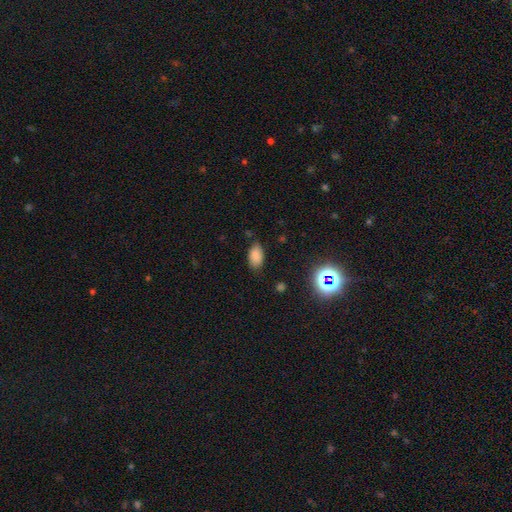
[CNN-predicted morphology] Smooth or featured? Predicted: smooth (p=0.83). How rounded? Predicted: in between (p=0.92). Merging? Predicted: none (p=0.77).